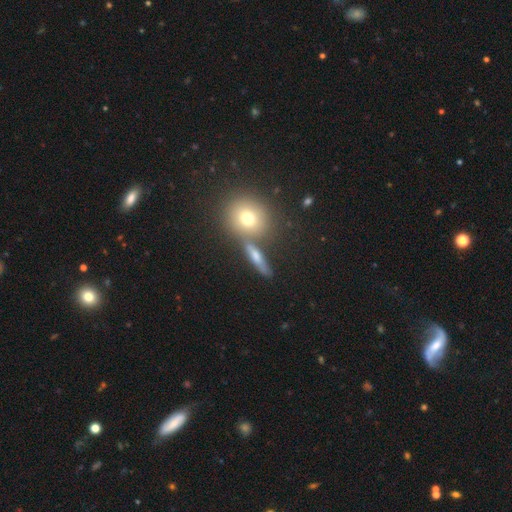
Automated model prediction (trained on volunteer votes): A smooth galaxy with no disk features (61%) that is cigar-shaped (48%). Merging: none (67%).